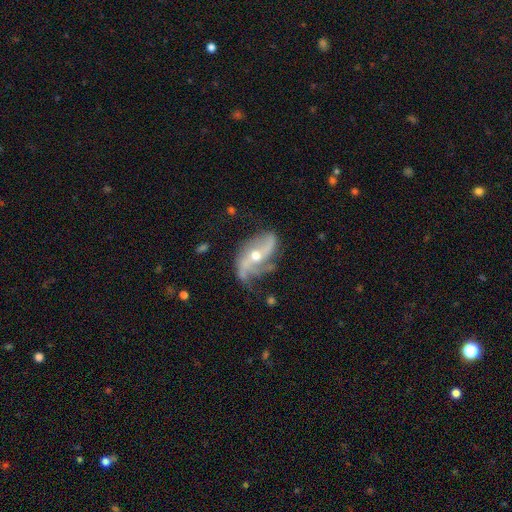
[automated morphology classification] A featured or disk galaxy (86%) with no bar (46%), 2 (78%) loose (71%) spiral arms (94%) and a moderate central bulge (63%).

Vote fractions:
- Smooth or featured? featured or disk: 86% / smooth: 8% / star or artifact: 7%
- Edge-on disk? no: 95% / yes: 5%
- Bar? no: 46% / weak: 30% / strong: 24%
- Spiral arms? yes: 94% / no: 6%
- Spiral winding? loose: 71% / medium: 22% / tight: 7%
- Spiral arm count? 2: 78% / 3: 8% / can't tell: 7% / 1: 4% / 4: 2% / more than 4: 2%
- Bulge size? moderate: 63% / small: 33% / large: 2% / none: 1% / dominant: 1%
- Merging? none: 55% / minor disturbance: 24% / major disturbance: 17% / merger: 4%